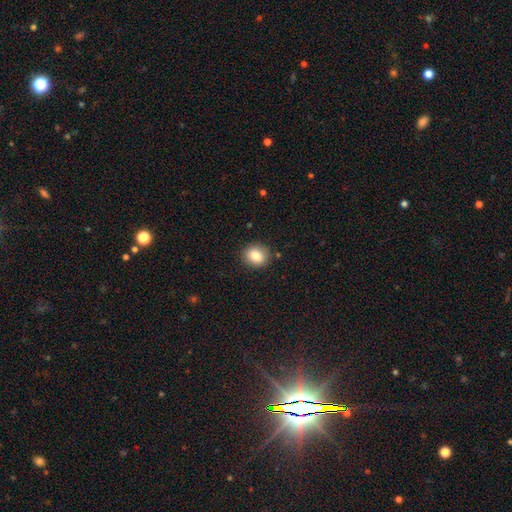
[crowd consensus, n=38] smooth 89%, featured or disk 11%, star or artifact 0%. Down the decision tree: how rounded — round (71%); merging — none (74%).